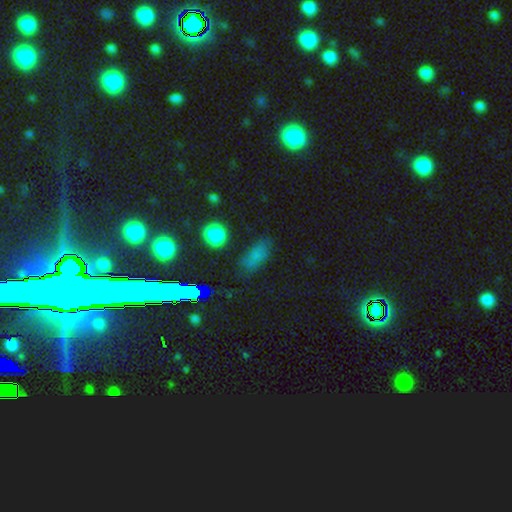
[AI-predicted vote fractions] Q: Smooth or featured?
A: smooth (65%); runner-up: star or artifact (25%)
Q: How rounded?
A: in between (76%); runner-up: cigar-shaped (14%)
Q: Merging?
A: none (71%); runner-up: minor disturbance (19%)